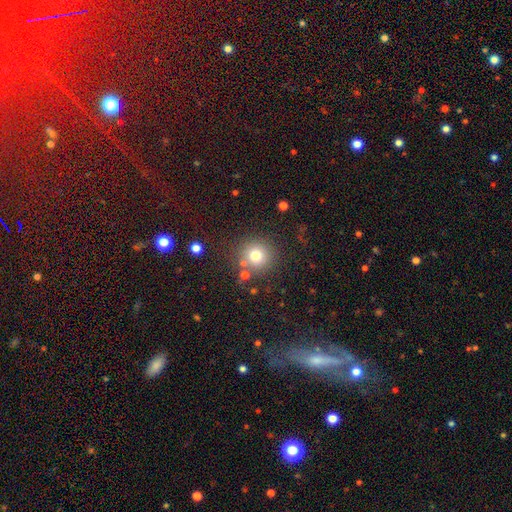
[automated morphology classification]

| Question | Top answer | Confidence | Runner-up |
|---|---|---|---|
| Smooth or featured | smooth | 76% | star or artifact (15%) |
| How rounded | round | 94% | in between (5%) |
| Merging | none | 81% | minor disturbance (8%) |